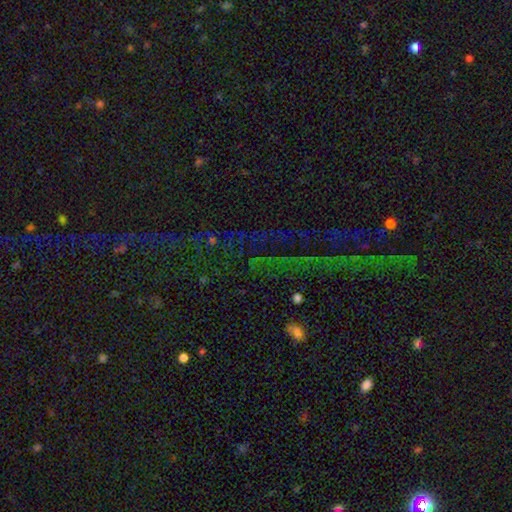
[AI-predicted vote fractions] Smooth or featured? star or artifact (73%)